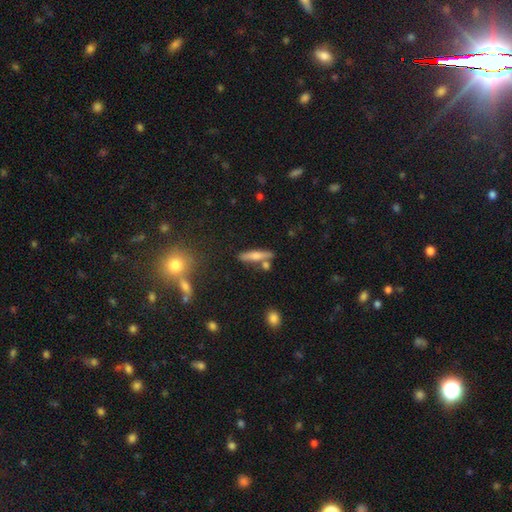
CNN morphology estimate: Smooth or featured? smooth (56%)
How rounded? cigar-shaped (81%)
Merging? none (71%)